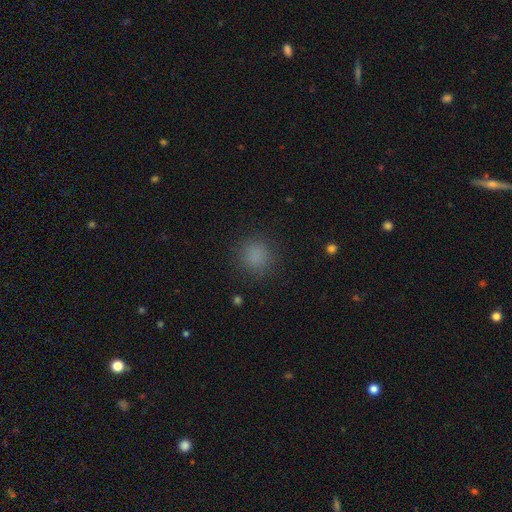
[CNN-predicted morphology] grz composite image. It shows a smooth galaxy with no disk features (82%) that is round (91%). Merging: none (87%).